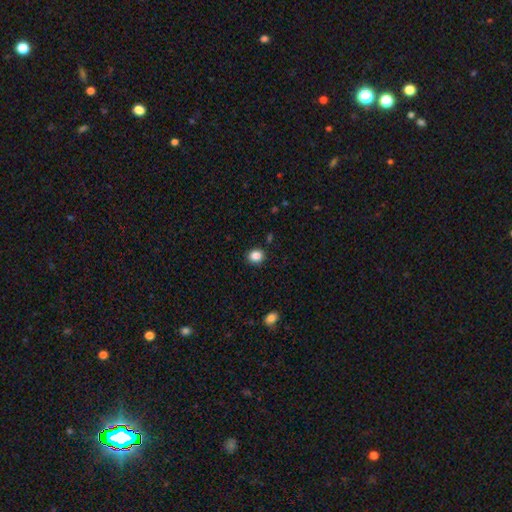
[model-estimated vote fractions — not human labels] Smooth or featured? Predicted: smooth (p=0.85). How rounded? Predicted: round (p=0.74). Merging? Predicted: none (p=0.89).